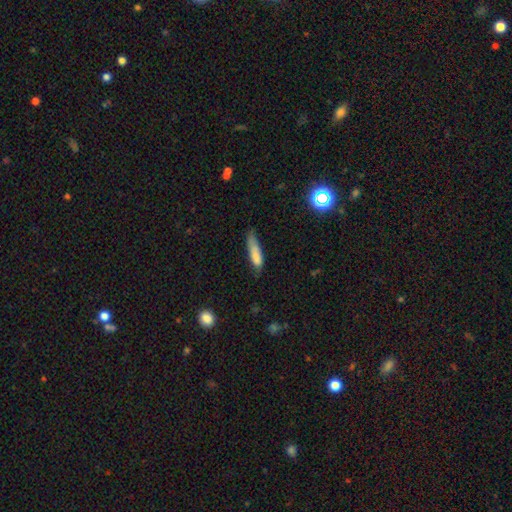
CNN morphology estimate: A smooth galaxy with no disk features (81%) that is cigar-shaped (71%).

Vote fractions:
- Smooth or featured? smooth: 81% / featured or disk: 12% / star or artifact: 7%
- How rounded? cigar-shaped: 71% / in between: 28% / round: 2%
- Merging? none: 46% / minor disturbance: 39% / major disturbance: 12% / merger: 3%